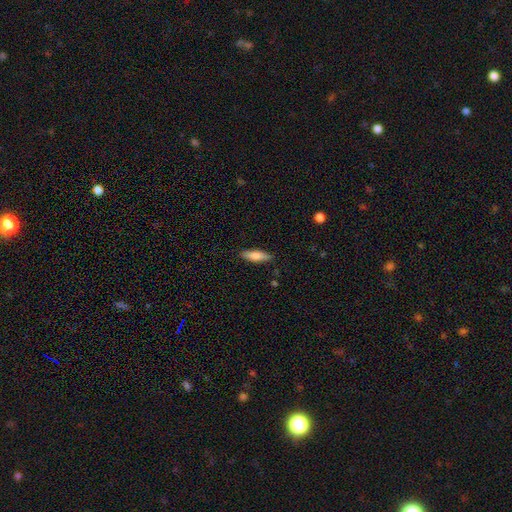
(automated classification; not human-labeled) A smooth galaxy with no disk features (78%) that is cigar-shaped (57%).

Vote fractions:
- Smooth or featured? smooth: 78% / featured or disk: 16% / star or artifact: 6%
- How rounded? cigar-shaped: 57% / in between: 41% / round: 2%
- Merging? none: 87% / minor disturbance: 10% / major disturbance: 2% / merger: 1%